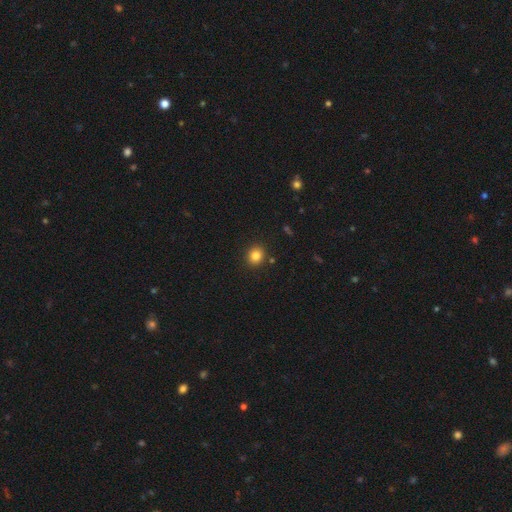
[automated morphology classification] Overall: smooth (83%). How rounded: round (77%). Merging: none (89%).